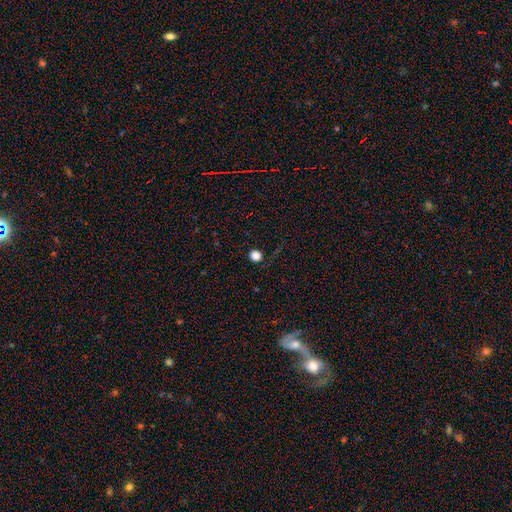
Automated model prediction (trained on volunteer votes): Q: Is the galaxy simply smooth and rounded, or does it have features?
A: smooth — 81%.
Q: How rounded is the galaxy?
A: round — 87%.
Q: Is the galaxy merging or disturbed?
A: none — 88%.